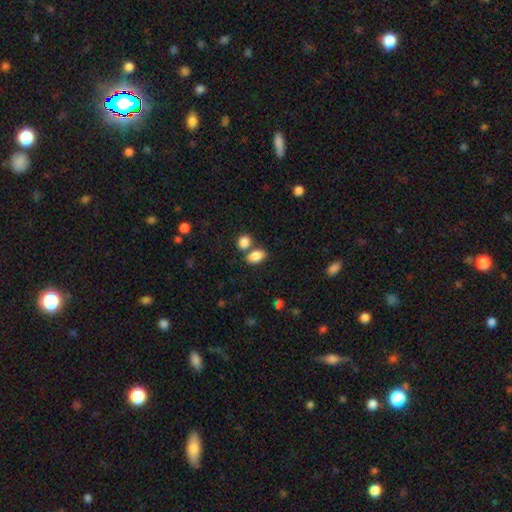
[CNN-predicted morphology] Overall: smooth (85%). How rounded: in between (86%). Merging: none (54%; merger 32%).